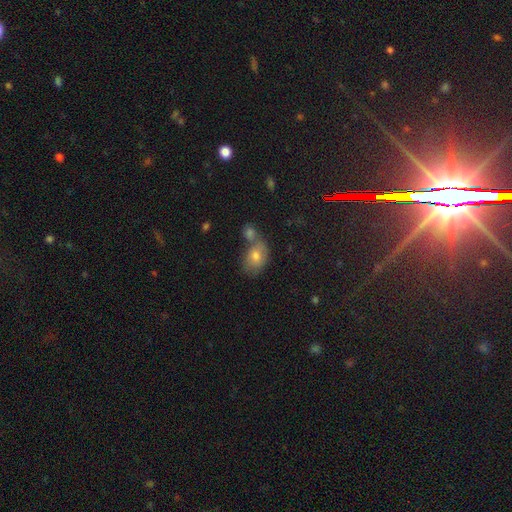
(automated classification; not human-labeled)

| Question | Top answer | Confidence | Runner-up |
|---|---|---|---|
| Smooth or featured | smooth | 69% | featured or disk (17%) |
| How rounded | in between | 73% | round (25%) |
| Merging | none | 46% | merger (35%) |